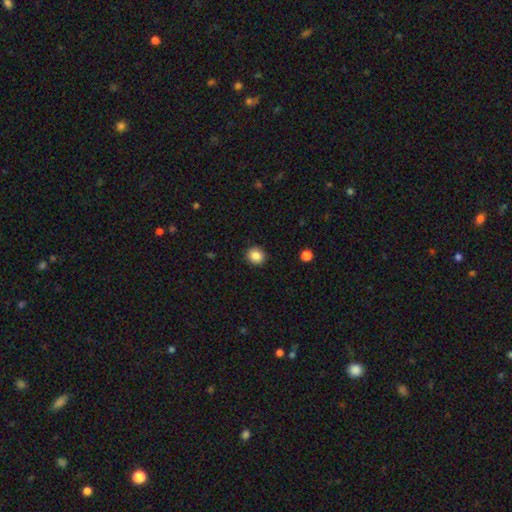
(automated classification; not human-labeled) Overall: smooth (86%). How rounded: round (84%). Merging: none (91%).